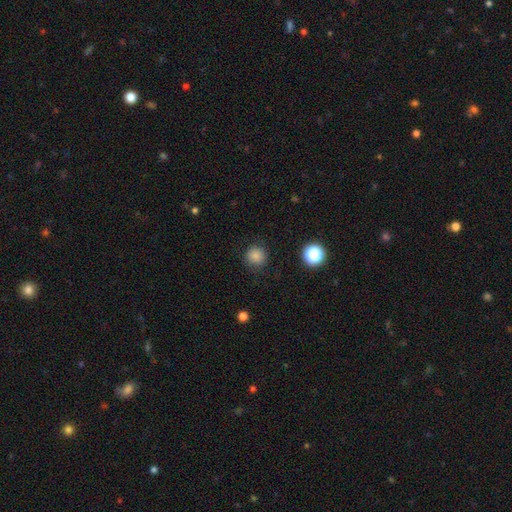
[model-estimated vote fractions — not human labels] Smooth or featured?
  - smooth: 83% *
  - star or artifact: 12%
  - featured or disk: 5%
How rounded?
  - round: 93% *
  - in between: 6%
  - cigar-shaped: 1%
Merging?
  - none: 87% *
  - minor disturbance: 9%
  - major disturbance: 3%
  - merger: 1%